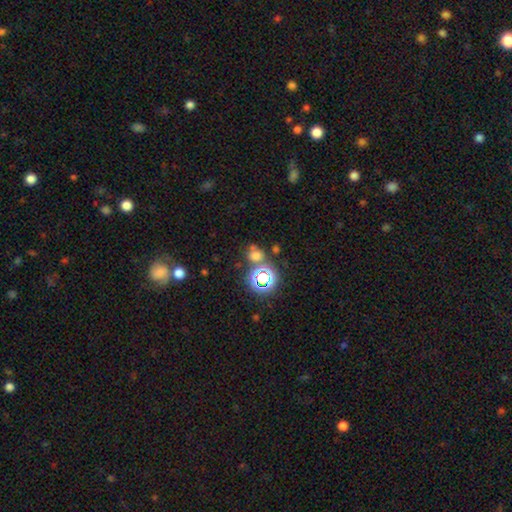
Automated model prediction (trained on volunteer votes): Q: Smooth or featured?
A: smooth (55%); runner-up: star or artifact (37%)
Q: How rounded?
A: round (75%); runner-up: in between (23%)
Q: Merging?
A: none (62%); runner-up: merger (20%)